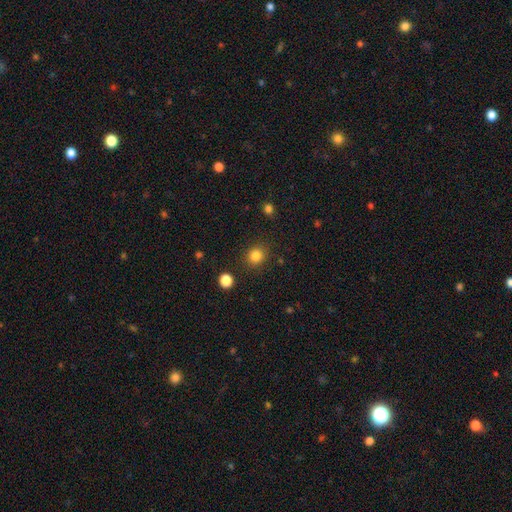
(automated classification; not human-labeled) Smooth or featured: smooth — 84% (star or artifact — 12%)
How rounded: round — 83% (in between — 16%)
Merging: none — 88% (minor disturbance — 8%)